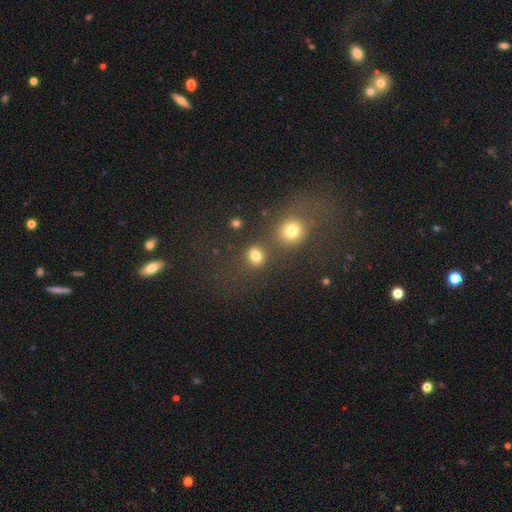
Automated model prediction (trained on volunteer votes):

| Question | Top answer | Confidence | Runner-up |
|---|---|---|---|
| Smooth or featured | smooth | 79% | star or artifact (15%) |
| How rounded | round | 76% | in between (23%) |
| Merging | none | 70% | merger (17%) |